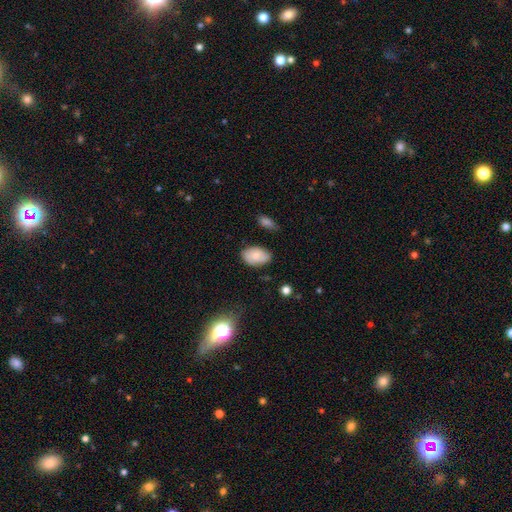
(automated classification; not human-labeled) smooth_or_featured: smooth (p=0.79) [alt: featured or disk p=0.14]
how_rounded: in between (p=0.92) [alt: round p=0.07]
merging: none (p=0.73) [alt: minor disturbance p=0.21]